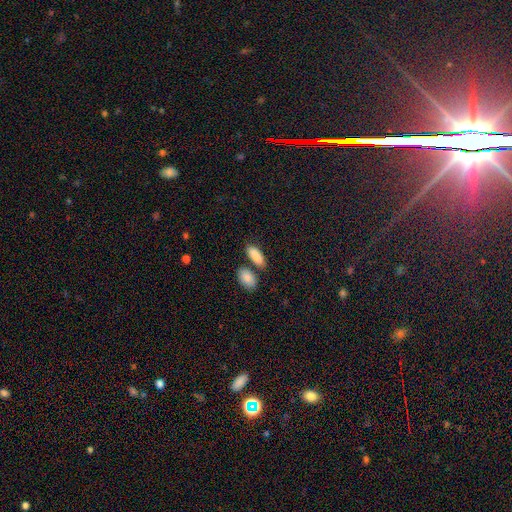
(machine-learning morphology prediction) Smooth or featured? smooth (89%)
How rounded? in between (82%)
Merging? none (66%)